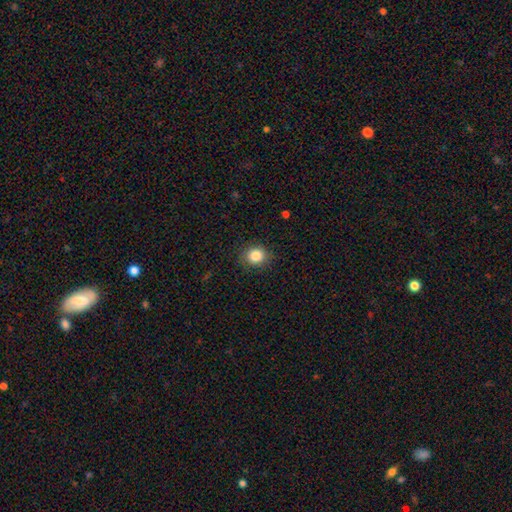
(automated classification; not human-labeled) This is clearly a smooth galaxy (85%). How rounded: likely round (79%). Merging: clearly none (86%).